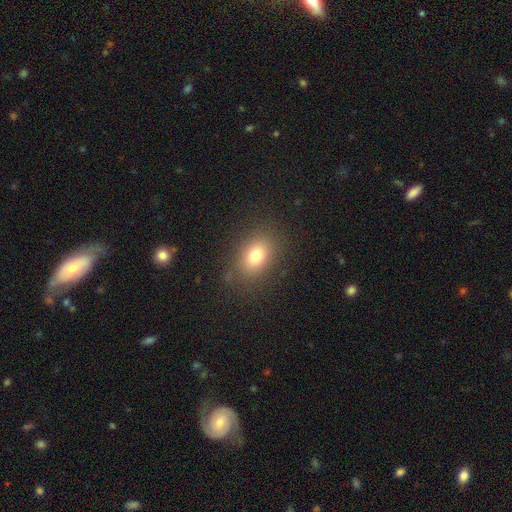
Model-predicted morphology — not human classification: Overall: smooth (77%). How rounded: in between (71%). Merging: none (83%).